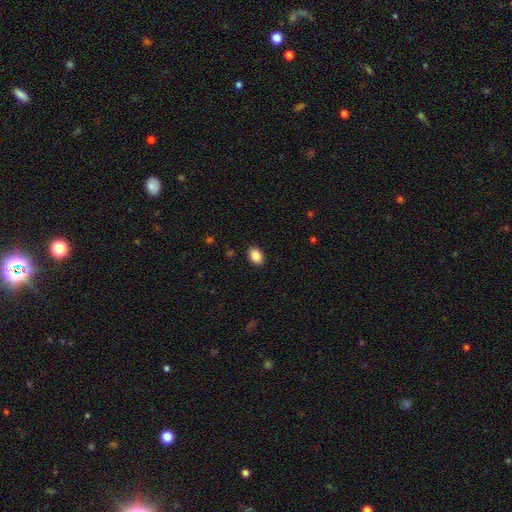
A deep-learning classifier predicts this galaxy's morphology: type=smooth (87%); roundness=in between (82%); merging=none (90%).